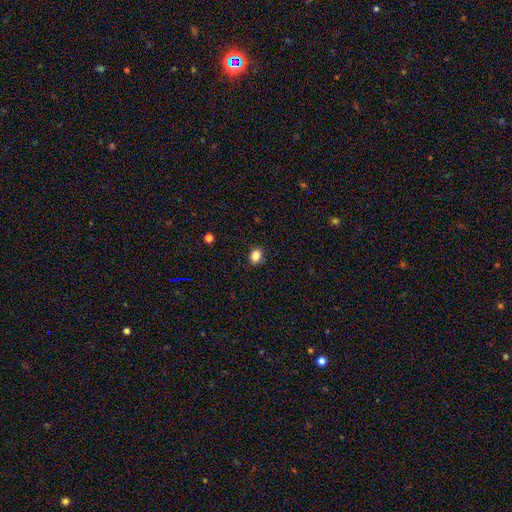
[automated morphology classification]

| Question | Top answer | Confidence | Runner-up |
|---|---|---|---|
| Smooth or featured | smooth | 85% | star or artifact (11%) |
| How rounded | in between | 53% | round (46%) |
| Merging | none | 89% | minor disturbance (8%) |